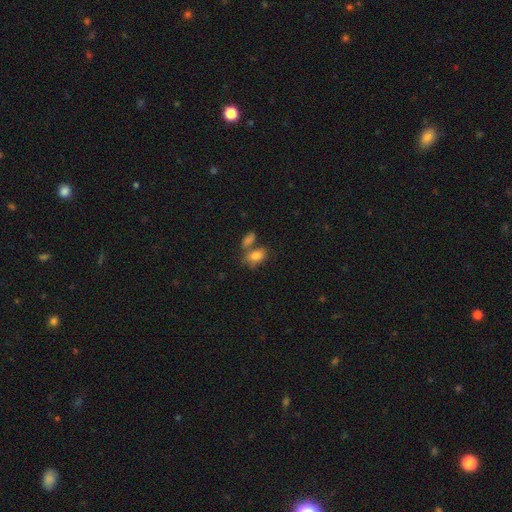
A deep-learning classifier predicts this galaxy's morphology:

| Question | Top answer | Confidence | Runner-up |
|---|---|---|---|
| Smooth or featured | smooth | 78% | featured or disk (12%) |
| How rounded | in between | 84% | round (13%) |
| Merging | none | 42% | merger (37%) |